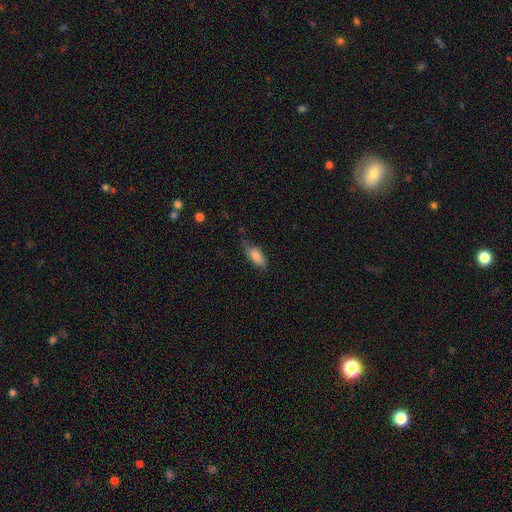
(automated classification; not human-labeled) smooth_or_featured: smooth (p=0.81) [alt: featured or disk p=0.12]
how_rounded: in between (p=0.84) [alt: cigar-shaped p=0.14]
merging: none (p=0.57) [alt: minor disturbance p=0.32]